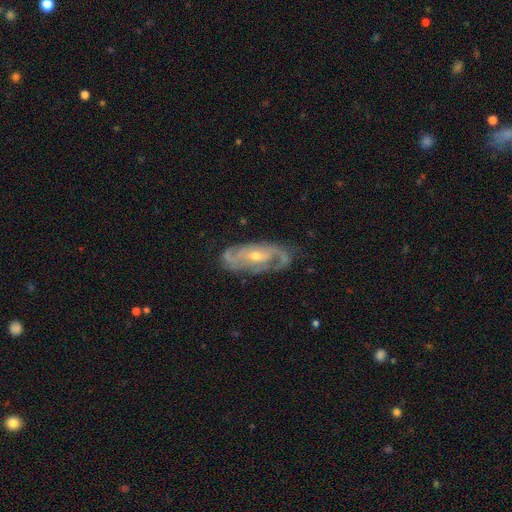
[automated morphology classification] This appears to be a featured or disk galaxy (86%) with no bar (48%), 2 (59%) tight (45%) spiral arms (93%) and a small central bulge (54%). Merging: none (69%).